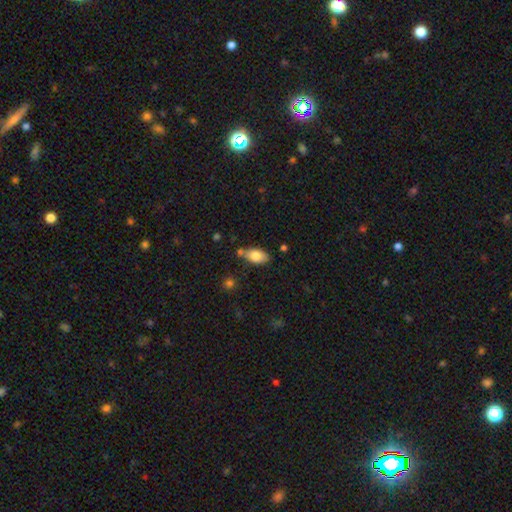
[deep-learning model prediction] smooth_or_featured: smooth (p=0.80) [alt: featured or disk p=0.12]
how_rounded: in between (p=0.92) [alt: round p=0.04]
merging: none (p=0.70) [alt: minor disturbance p=0.17]